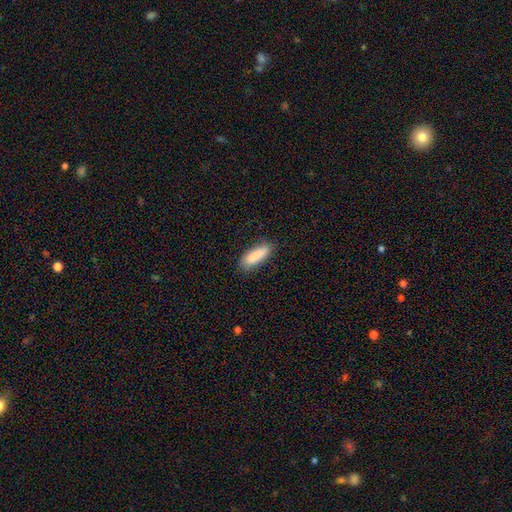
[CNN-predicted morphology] Overall: smooth (88%). How rounded: in between (59%; cigar-shaped 40%). Merging: none (81%).